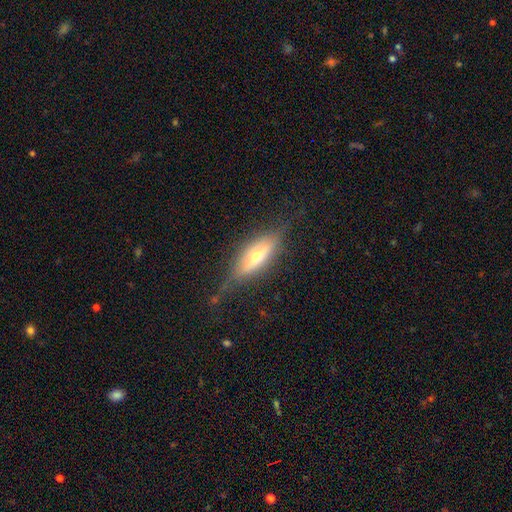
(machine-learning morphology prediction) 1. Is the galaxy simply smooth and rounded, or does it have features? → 55% featured or disk, 38% smooth, 8% star or artifact.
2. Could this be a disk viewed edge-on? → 84% yes, 16% no.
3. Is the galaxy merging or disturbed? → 71% none, 19% minor disturbance, 8% major disturbance, 2% merger.